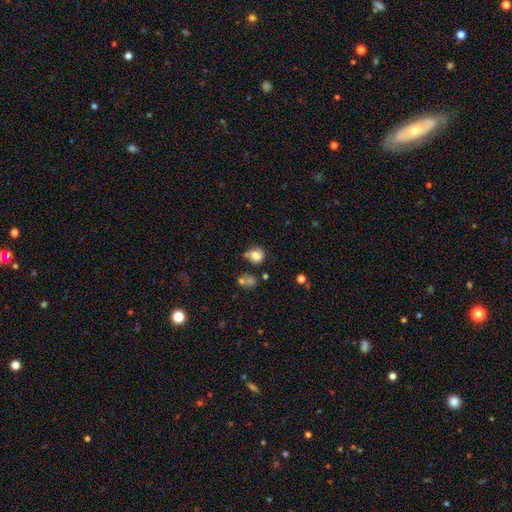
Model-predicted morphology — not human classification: smooth-or-featured: smooth: 74% | featured or disk: 15% | star or artifact: 11%
  how-rounded: round: 69% | in between: 30% | cigar-shaped: 1%
  merging: none: 48% | minor disturbance: 28% | major disturbance: 13% | merger: 11%